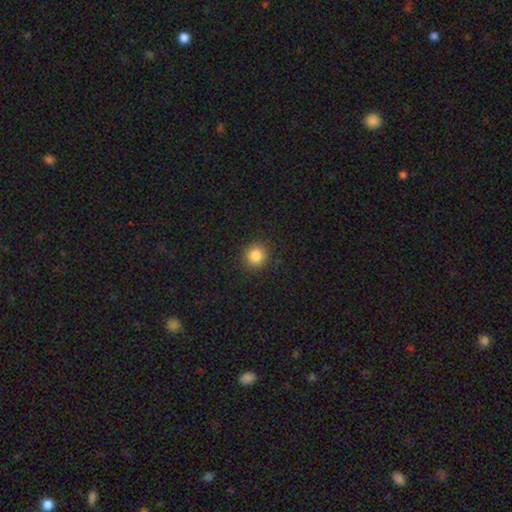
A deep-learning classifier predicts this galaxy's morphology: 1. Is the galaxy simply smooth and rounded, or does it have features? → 85% smooth, 11% star or artifact, 4% featured or disk.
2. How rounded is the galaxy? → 89% round, 10% in between, 1% cigar-shaped.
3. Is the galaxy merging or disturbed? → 91% none, 6% minor disturbance, 2% major disturbance, 1% merger.